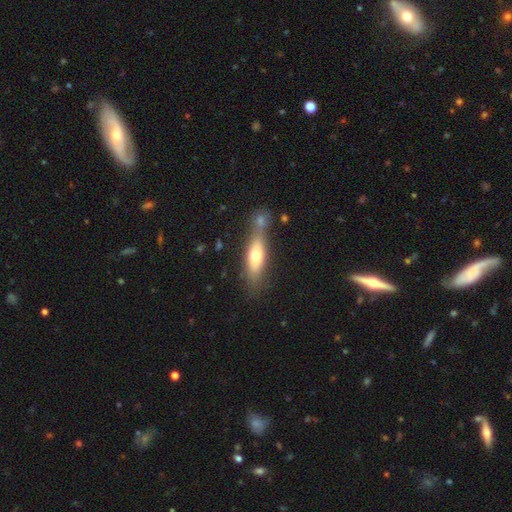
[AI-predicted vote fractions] This appears to be a smooth galaxy with no disk features (64%) that is in between round and cigar-shaped (54%). Merging: none (51%).